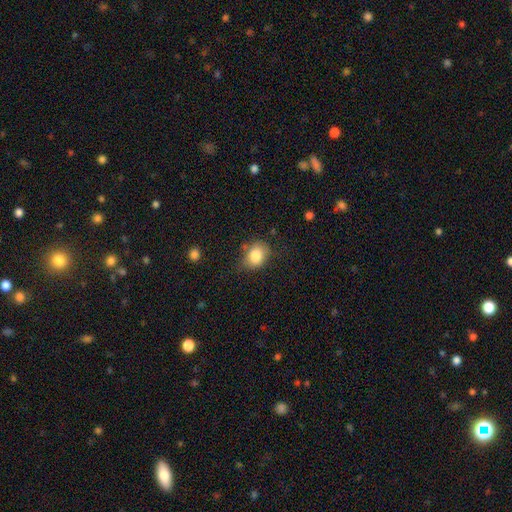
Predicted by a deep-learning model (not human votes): Q: Smooth or featured?
A: smooth (83%); runner-up: star or artifact (9%)
Q: How rounded?
A: in between (53%); runner-up: round (46%)
Q: Merging?
A: none (64%); runner-up: minor disturbance (26%)